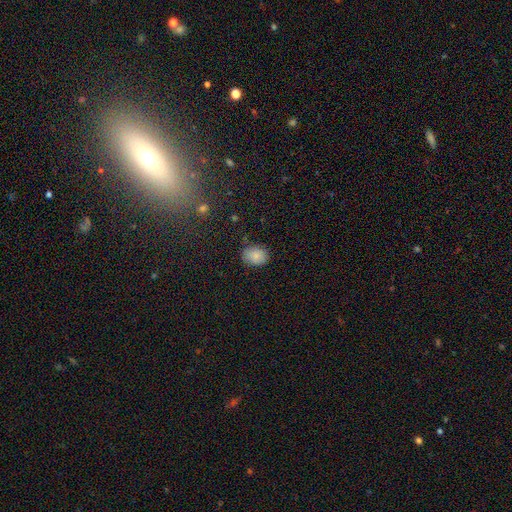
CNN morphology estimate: Smooth or featured: smooth — 84% (star or artifact — 9%)
How rounded: in between — 55% (round — 44%)
Merging: none — 80% (minor disturbance — 15%)